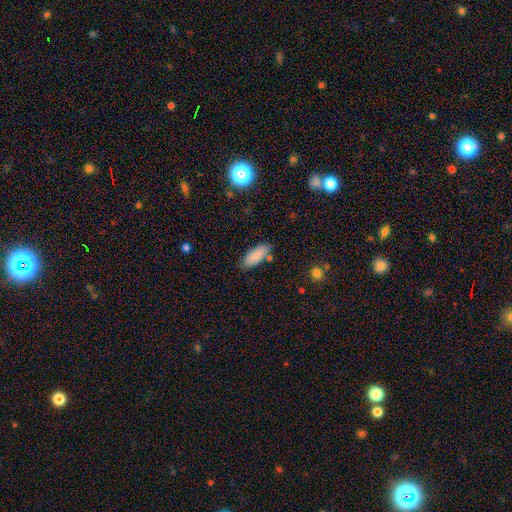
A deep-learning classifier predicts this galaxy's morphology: Overall: smooth (86%). How rounded: in between (81%). Merging: none (79%).